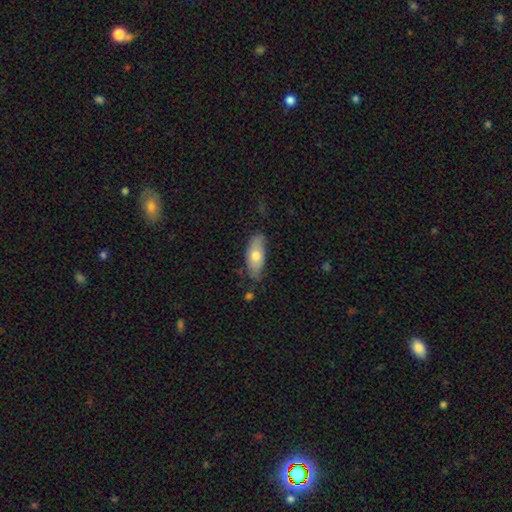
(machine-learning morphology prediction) Overall: smooth (66%; featured or disk 27%). How rounded: in between (83%). Merging: none (68%).